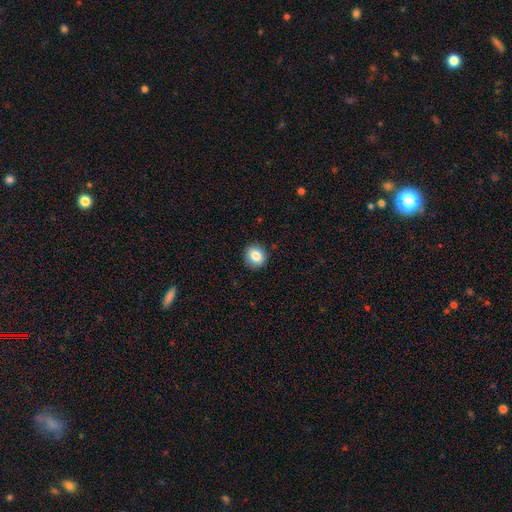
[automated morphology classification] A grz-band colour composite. It shows a smooth galaxy with no disk features (85%) that is round (80%). Merging: none (89%).